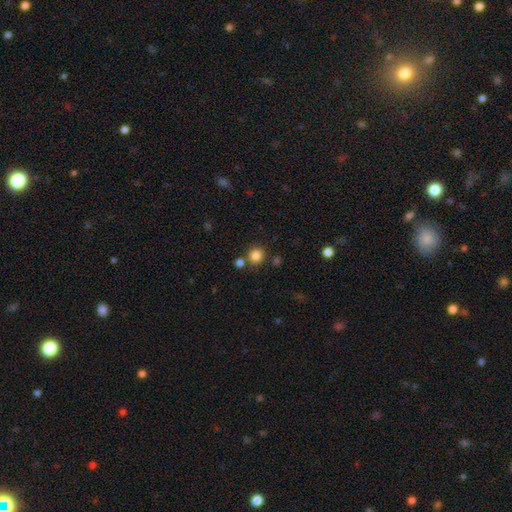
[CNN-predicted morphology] Overall: smooth (83%). How rounded: round (91%). Merging: none (80%).